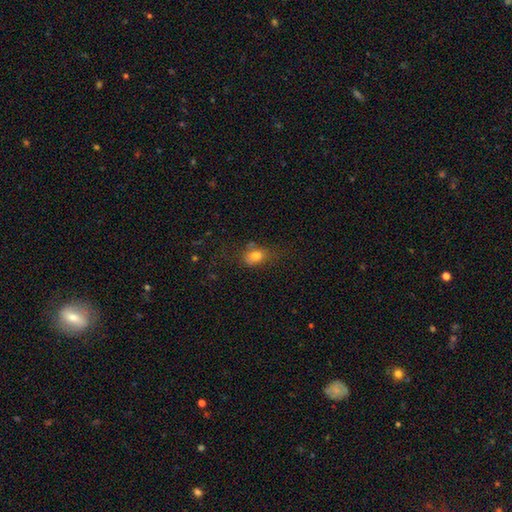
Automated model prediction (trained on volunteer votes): This is likely a smooth galaxy (77%). How rounded: likely in between (69%). Merging: possibly none (48%).